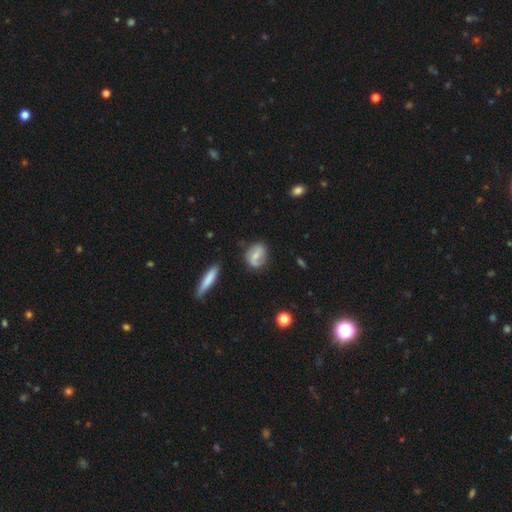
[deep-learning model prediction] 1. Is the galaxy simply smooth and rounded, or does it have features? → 50% featured or disk, 42% smooth, 8% star or artifact.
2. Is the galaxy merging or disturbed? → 70% none, 20% minor disturbance, 7% major disturbance, 3% merger.